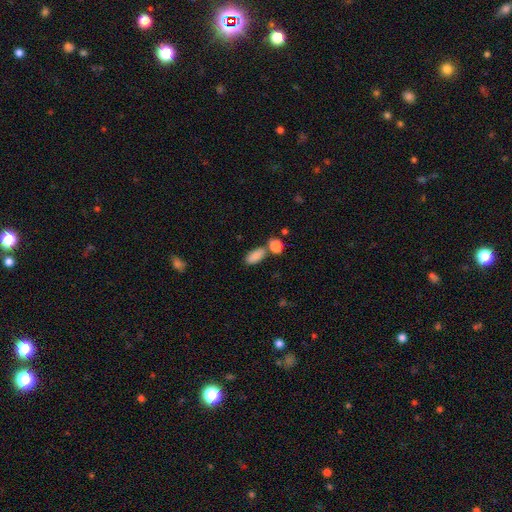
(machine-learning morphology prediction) A smooth galaxy with no disk features (86%) that is in between round and cigar-shaped (90%).

Vote fractions:
- Smooth or featured? smooth: 86% / star or artifact: 8% / featured or disk: 6%
- How rounded? in between: 90% / cigar-shaped: 5% / round: 5%
- Merging? none: 62% / merger: 20% / minor disturbance: 14% / major disturbance: 4%